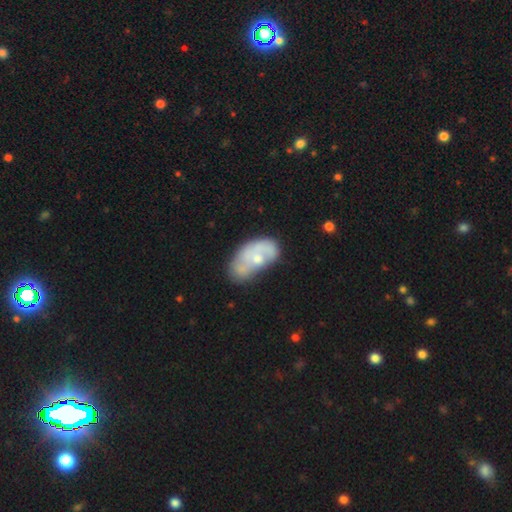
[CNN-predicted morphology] Smooth or featured? Predicted: featured or disk (p=0.54). Edge-on disk? Predicted: no (p=0.96). Bar? Predicted: no (p=0.83). Spiral arms? Predicted: no (p=0.57). Bulge size? Predicted: small (p=0.43, tied with moderate). Merging? Predicted: none (p=0.37).